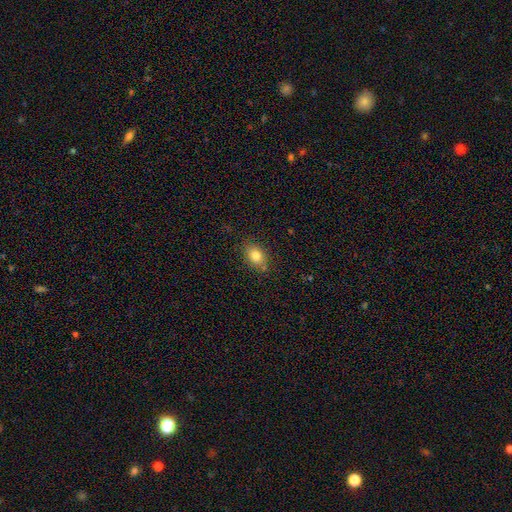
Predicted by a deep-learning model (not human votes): Smooth or featured? Predicted: smooth (p=0.82). How rounded? Predicted: in between (p=0.71). Merging? Predicted: none (p=0.81).